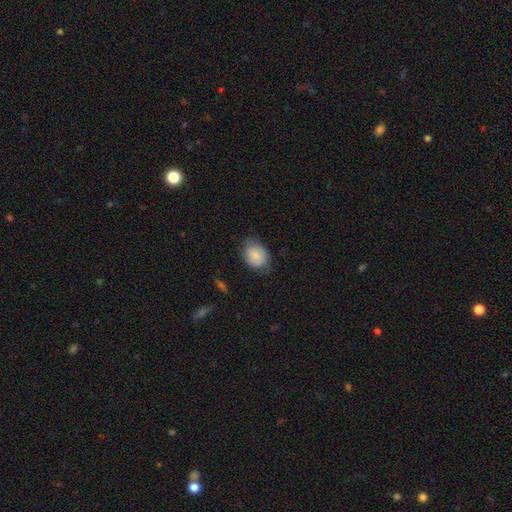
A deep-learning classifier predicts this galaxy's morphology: The model was most divided on "how rounded": in between: 53%, round: 46%, cigar-shaped: 1%. More confident: smooth or featured — smooth (82%); merging — none (65%).